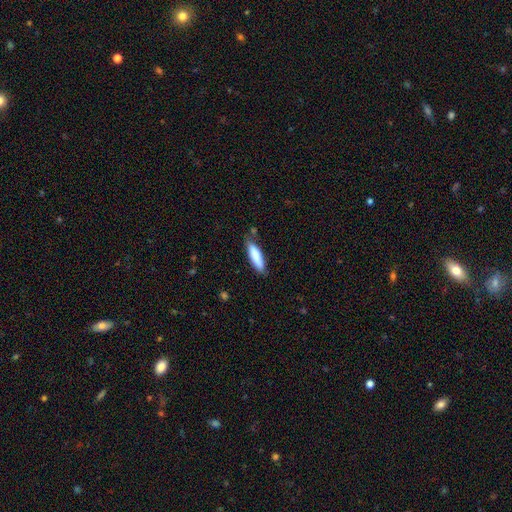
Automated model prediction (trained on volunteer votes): The model was most divided on "how rounded": cigar-shaped: 71%, in between: 28%, round: 1%. More confident: smooth or featured — smooth (84%); merging — none (78%).